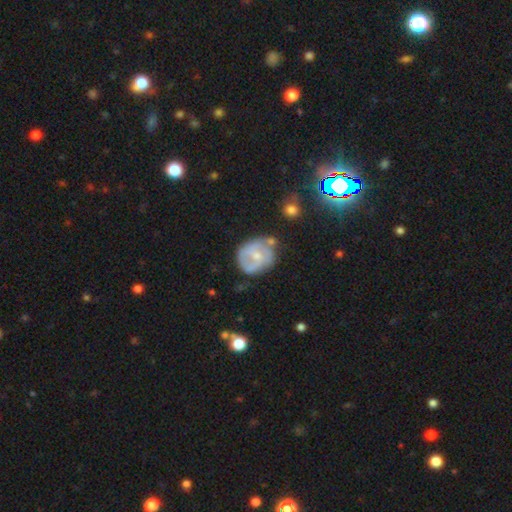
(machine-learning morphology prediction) Smooth or featured? featured or disk (65%)
Edge-on disk? no (97%)
Bar? no (53%)
Spiral arms? yes (73%)
Bulge size? small (55%)
Merging? none (50%)